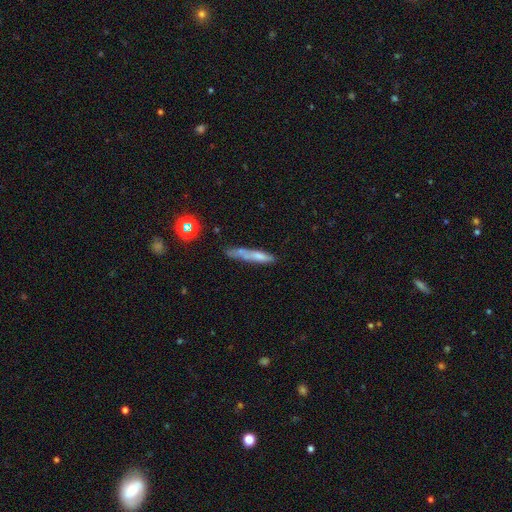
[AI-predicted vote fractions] smooth 58%, featured or disk 31%, star or artifact 11%. Down the decision tree: how rounded — cigar-shaped (89%); merging — none (54%).